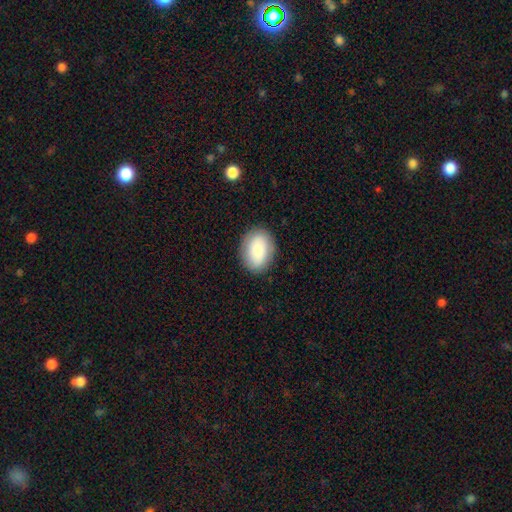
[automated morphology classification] Smooth or featured? smooth (78%)
How rounded? in between (73%)
Merging? none (86%)